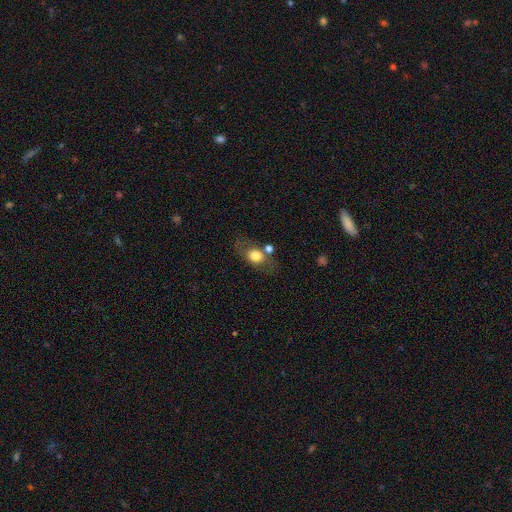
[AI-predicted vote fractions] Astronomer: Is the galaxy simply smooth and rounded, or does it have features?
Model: smooth — 69%.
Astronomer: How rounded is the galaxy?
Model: in between — 61%.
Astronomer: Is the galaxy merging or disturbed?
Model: none — 61%.